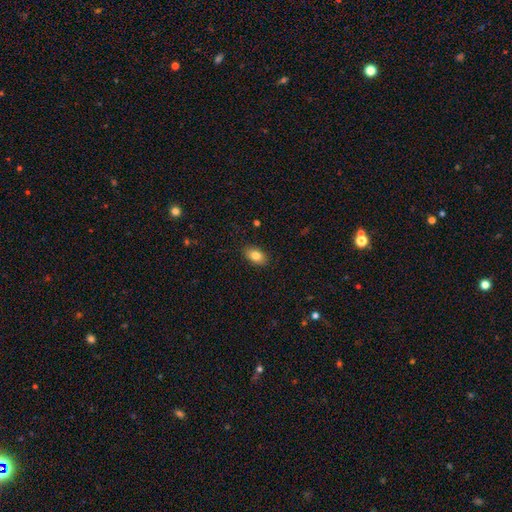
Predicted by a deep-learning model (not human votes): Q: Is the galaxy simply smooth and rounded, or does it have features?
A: smooth — 82%.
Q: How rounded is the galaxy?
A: in between — 90%.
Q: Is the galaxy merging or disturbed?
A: none — 88%.